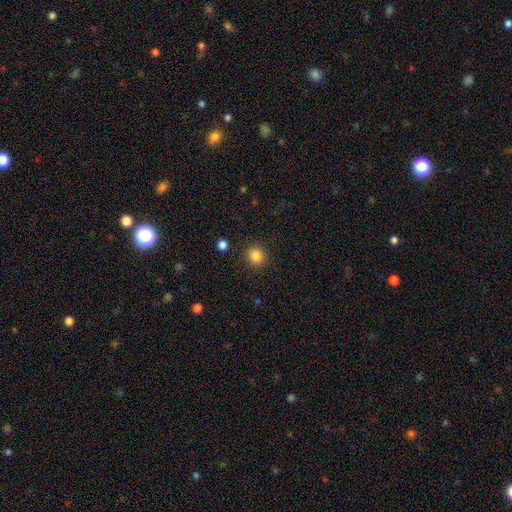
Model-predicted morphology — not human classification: Smooth or featured? smooth (85%)
How rounded? round (86%)
Merging? none (89%)